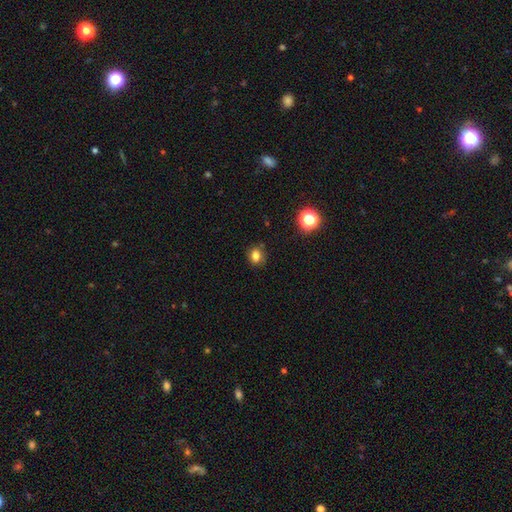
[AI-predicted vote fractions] Morphology: type=smooth (80%); roundness=round (65%); merging=none (82%).